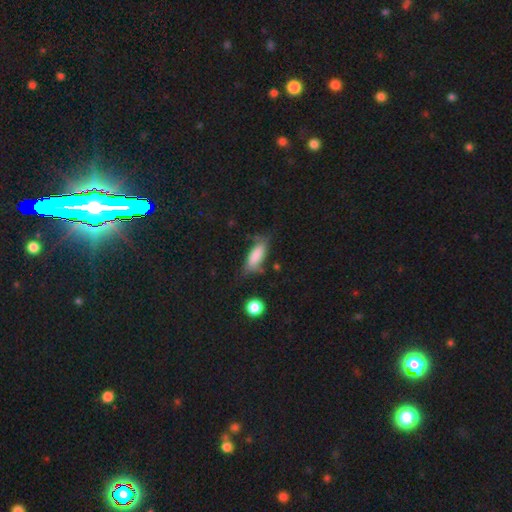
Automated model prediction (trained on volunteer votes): smooth 79%, featured or disk 13%, star or artifact 8%. Down the decision tree: how rounded — in between (67%); merging — none (60%).